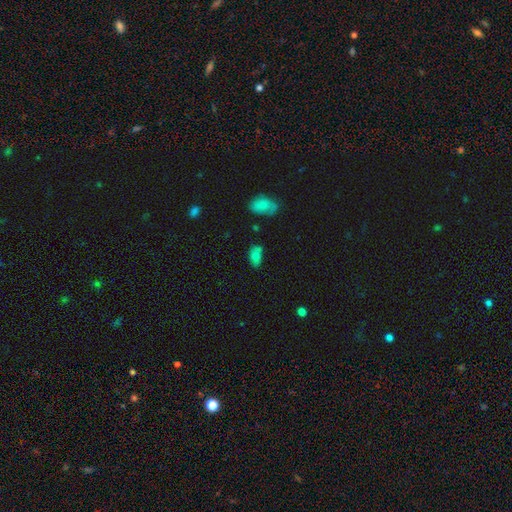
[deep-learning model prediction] smooth 76%, featured or disk 12%, star or artifact 12%. Down the decision tree: how rounded — in between (91%); merging — none (55%).